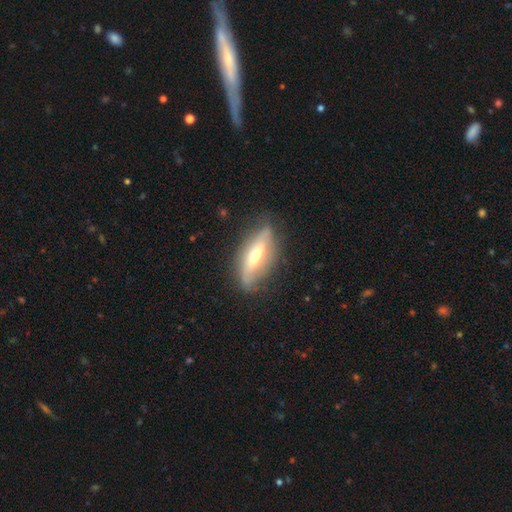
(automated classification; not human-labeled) Smooth or featured? Predicted: featured or disk (p=0.56). Edge-on disk? Predicted: yes (p=0.55). Merging? Predicted: none (p=0.69).